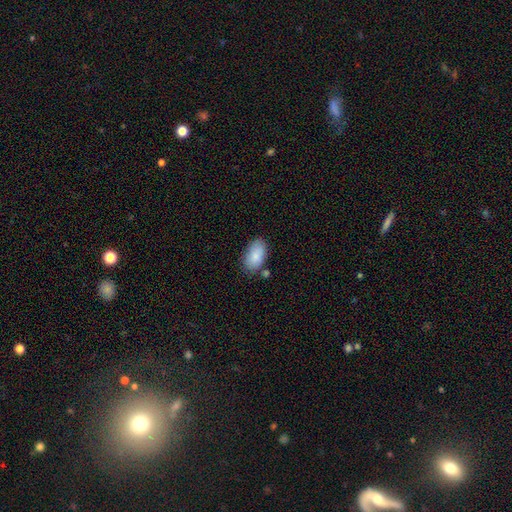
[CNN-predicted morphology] Overall: smooth (86%). How rounded: in between (94%). Merging: none (71%).